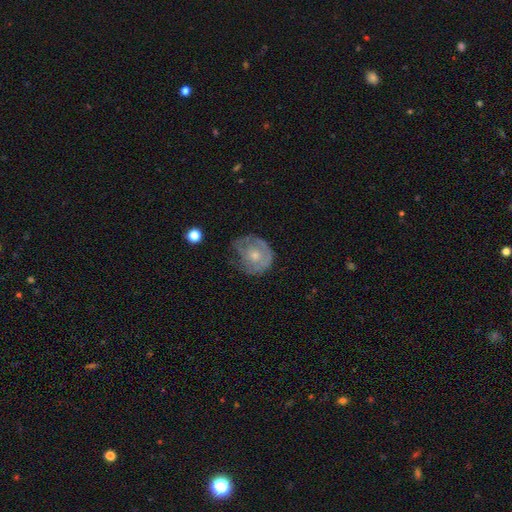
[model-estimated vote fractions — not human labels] Smooth or featured: featured or disk — 51% (smooth — 41%)
Edge-on disk: no — 97% (yes — 3%)
Merging: none — 48% (minor disturbance — 32%)